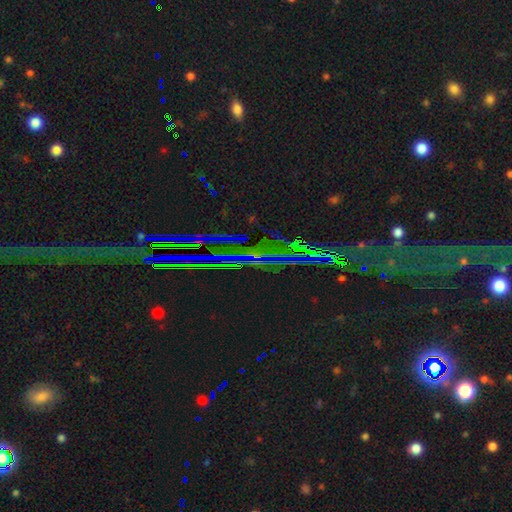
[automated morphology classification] Smooth or featured? star or artifact (84%)